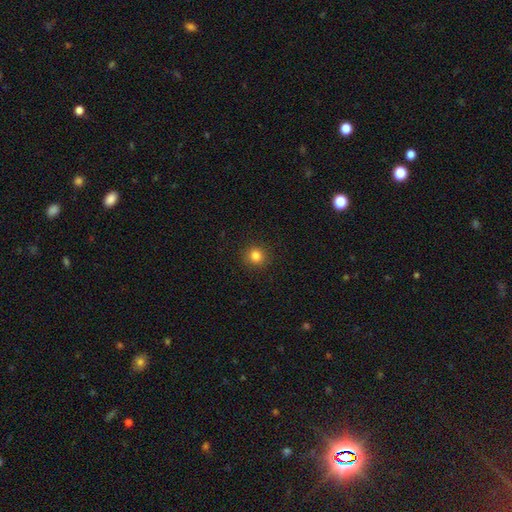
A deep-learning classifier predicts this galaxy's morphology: A smooth galaxy with no disk features (83%) that is round (92%).

Vote fractions:
- Smooth or featured? smooth: 83% / star or artifact: 12% / featured or disk: 5%
- How rounded? round: 92% / in between: 7% / cigar-shaped: 1%
- Merging? none: 91% / minor disturbance: 6% / major disturbance: 2% / merger: 1%